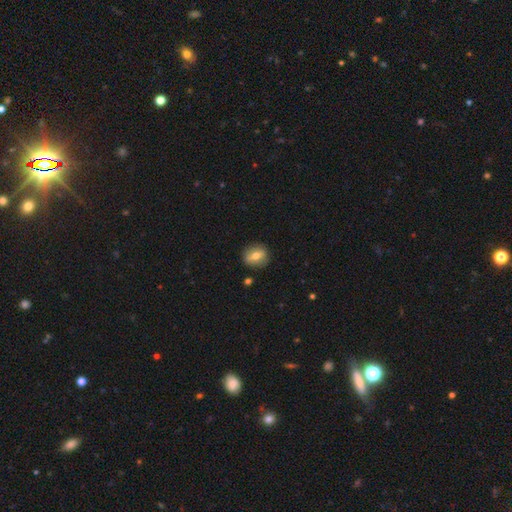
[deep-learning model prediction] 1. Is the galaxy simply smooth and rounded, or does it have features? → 54% smooth, 38% featured or disk, 8% star or artifact.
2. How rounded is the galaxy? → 65% round, 32% in between, 4% cigar-shaped.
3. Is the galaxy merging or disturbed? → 87% none, 9% minor disturbance, 2% major disturbance, 2% merger.